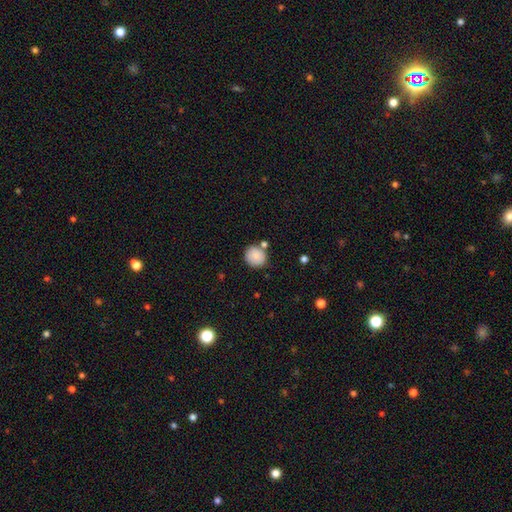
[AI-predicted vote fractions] smooth 85%, star or artifact 8%, featured or disk 7%. Down the decision tree: how rounded — round (83%); merging — none (73%).